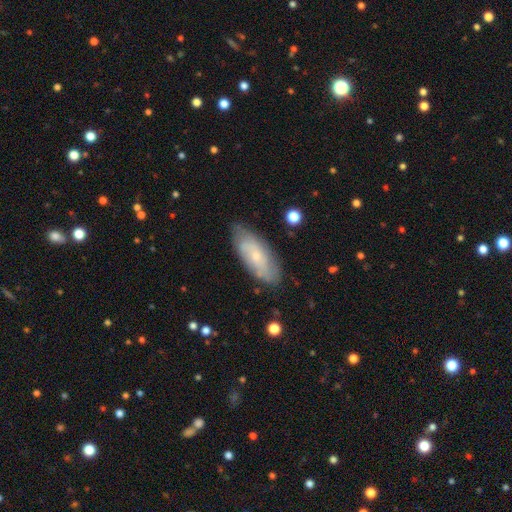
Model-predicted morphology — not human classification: This appears to be a smooth galaxy with no disk features (47%). Merging: none (76%).